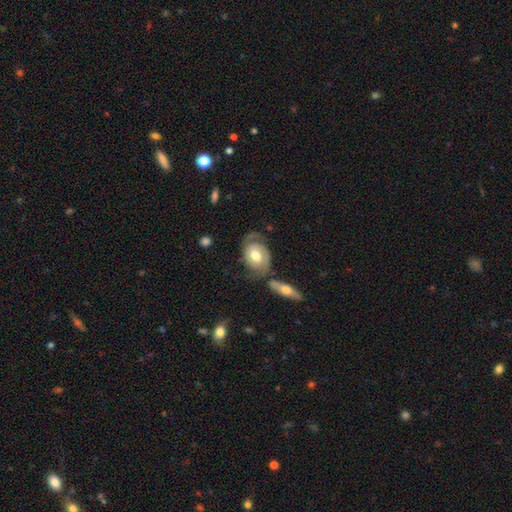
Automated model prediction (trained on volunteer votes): A featured or disk galaxy (69%) with no bar (54%), 2 (79%) tight (44%) spiral arms (89%) and a moderate central bulge (66%). Merging: none (55%).